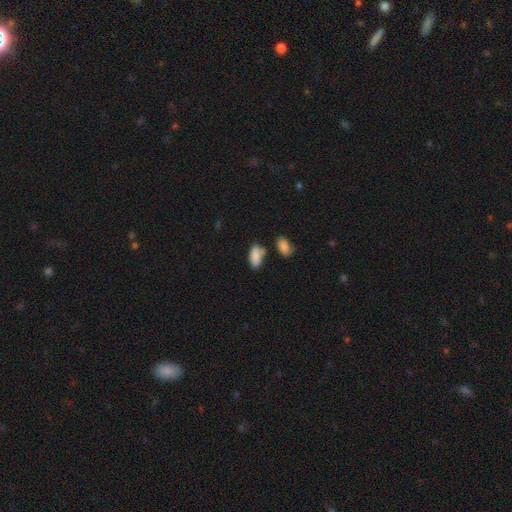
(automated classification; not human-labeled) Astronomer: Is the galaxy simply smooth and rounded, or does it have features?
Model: smooth — 86%.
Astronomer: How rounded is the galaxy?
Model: in between — 92%.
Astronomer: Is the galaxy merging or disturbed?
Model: none — 57%.